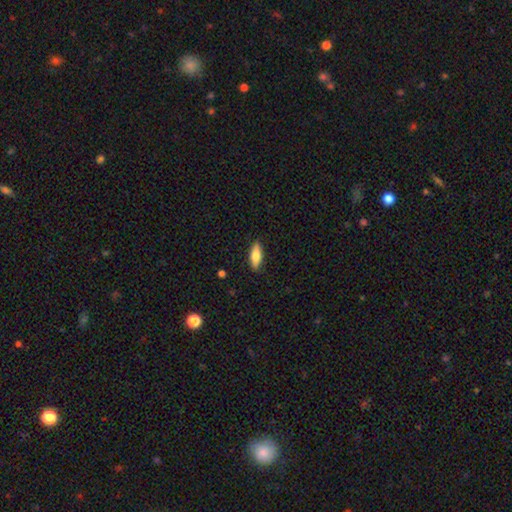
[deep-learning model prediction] smooth-or-featured: smooth: 74% | featured or disk: 20% | star or artifact: 6%
  how-rounded: in between: 66% | cigar-shaped: 32% | round: 2%
  merging: none: 86% | minor disturbance: 10% | major disturbance: 2% | merger: 1%